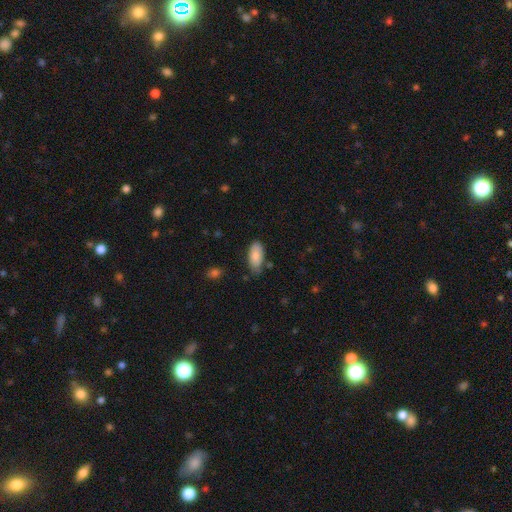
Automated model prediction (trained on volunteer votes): A smooth galaxy with no disk features (84%) that is in between round and cigar-shaped (92%).

Vote fractions:
- Smooth or featured? smooth: 84% / featured or disk: 10% / star or artifact: 6%
- How rounded? in between: 92% / cigar-shaped: 5% / round: 2%
- Merging? none: 70% / minor disturbance: 23% / major disturbance: 4% / merger: 3%